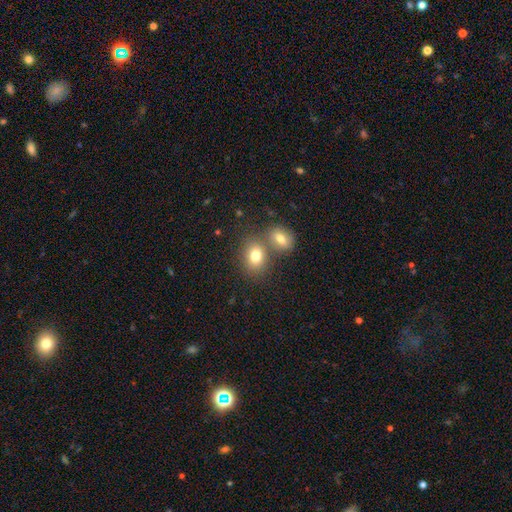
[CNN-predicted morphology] Smooth or featured?
  - smooth: 78% *
  - featured or disk: 12%
  - star or artifact: 11%
How rounded?
  - in between: 57% *
  - round: 41%
  - cigar-shaped: 1%
Merging?
  - none: 52% *
  - merger: 35%
  - minor disturbance: 10%
  - major disturbance: 3%